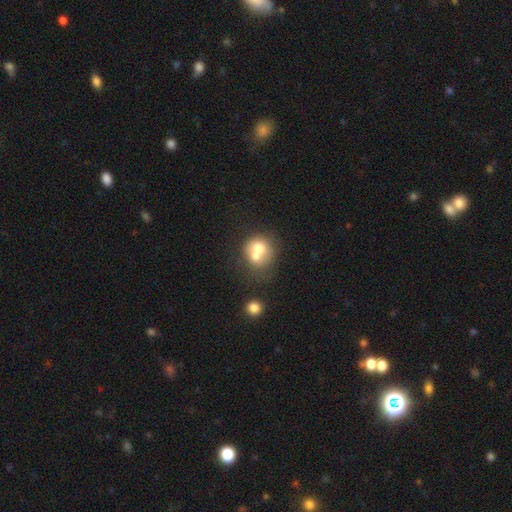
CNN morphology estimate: Overall: smooth (64%; featured or disk 26%). How rounded: round (75%). Merging: merger (60%; none 28%).